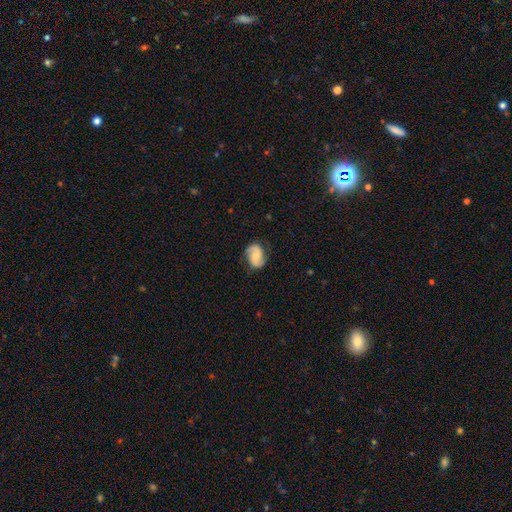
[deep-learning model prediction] This is likely a featured or disk galaxy (72%). It is clearly not viewed edge-on (98%). Bar: possibly no (57%). Spiral arm pattern: clearly yes (95%). Spiral arm count: clearly 2 (90%). Spiral winding: possibly medium (45%). Central bulge: possibly small (46%). Merging: likely none (77%).